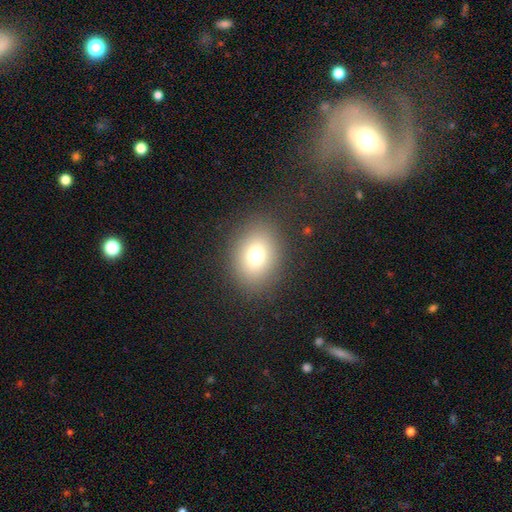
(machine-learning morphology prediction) The model was most divided on "how rounded": in between: 53%, round: 46%, cigar-shaped: 1%. More confident: merging — none (85%); smooth or featured — smooth (72%).